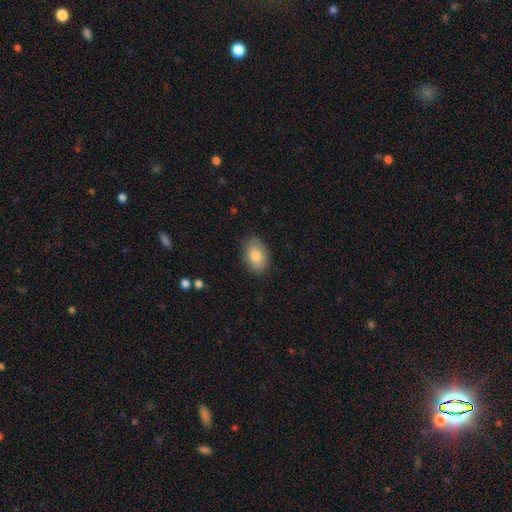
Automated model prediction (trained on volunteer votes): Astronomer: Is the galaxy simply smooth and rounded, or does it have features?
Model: smooth — 82%.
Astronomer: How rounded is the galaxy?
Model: in between — 87%.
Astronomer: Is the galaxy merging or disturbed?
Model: none — 84%.